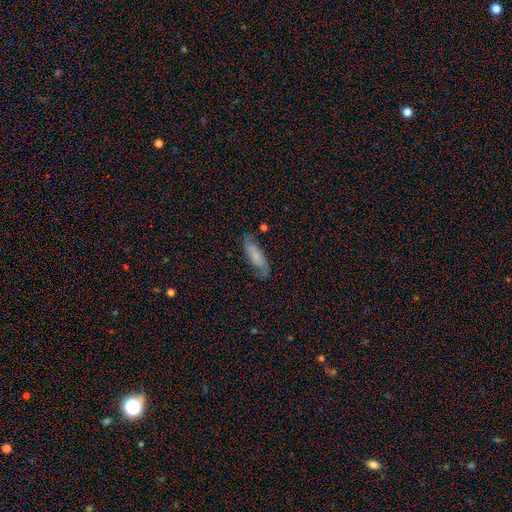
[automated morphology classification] smooth_or_featured: featured or disk (p=0.48) [alt: smooth p=0.45]
merging: none (p=0.70) [alt: minor disturbance p=0.20]